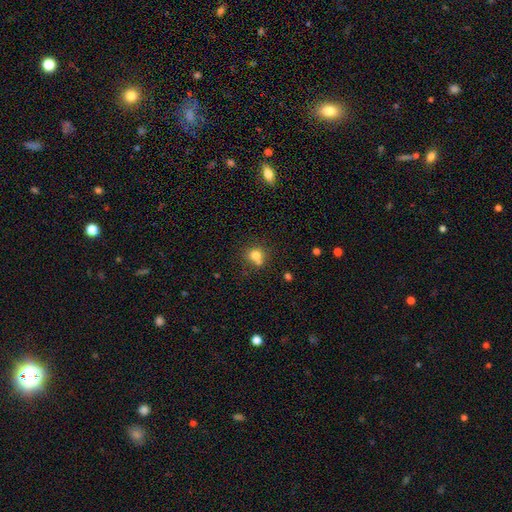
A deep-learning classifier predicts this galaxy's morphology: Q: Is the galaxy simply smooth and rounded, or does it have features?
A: smooth — 77%.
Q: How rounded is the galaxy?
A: round — 81%.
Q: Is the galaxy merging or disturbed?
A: none — 52%.